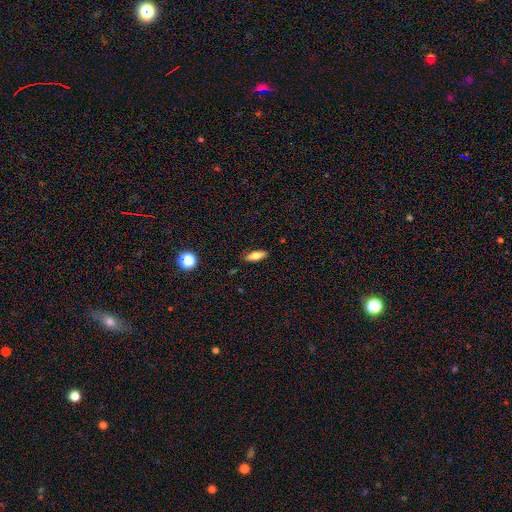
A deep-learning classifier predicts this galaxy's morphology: Smooth or featured? Predicted: smooth (p=0.75). How rounded? Predicted: in between (p=0.68). Merging? Predicted: none (p=0.88).